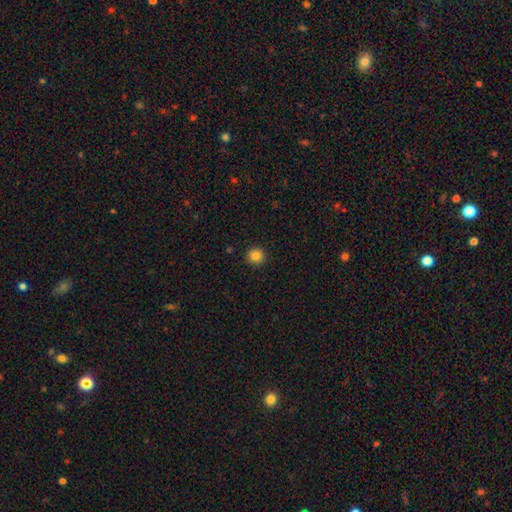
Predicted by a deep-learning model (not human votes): Smooth or featured? smooth (84%)
How rounded? round (91%)
Merging? none (92%)